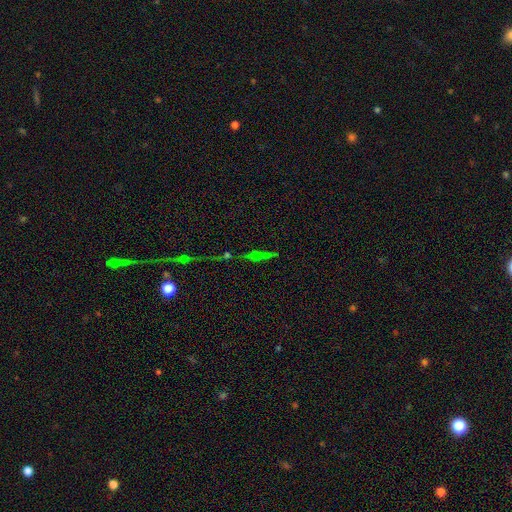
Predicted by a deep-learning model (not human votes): star or artifact 55%, smooth 23%, featured or disk 22%.